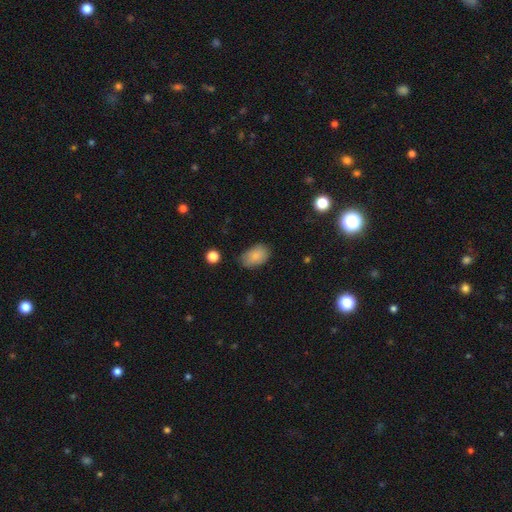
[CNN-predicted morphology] smooth 85%, star or artifact 8%, featured or disk 7%. Down the decision tree: how rounded — in between (91%); merging — none (73%).